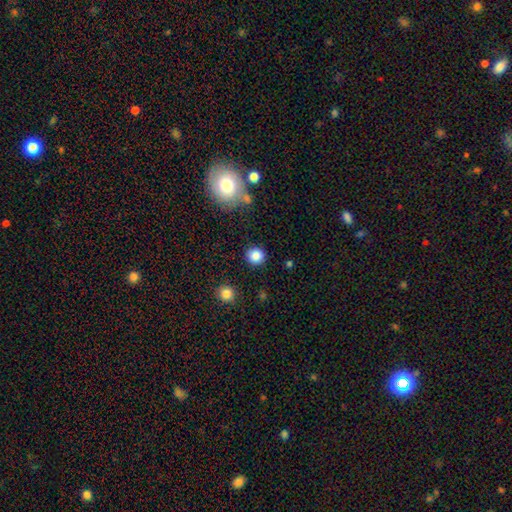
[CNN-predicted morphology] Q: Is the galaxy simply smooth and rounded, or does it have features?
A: smooth — 85%.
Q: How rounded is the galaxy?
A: round — 90%.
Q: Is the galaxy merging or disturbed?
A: none — 88%.